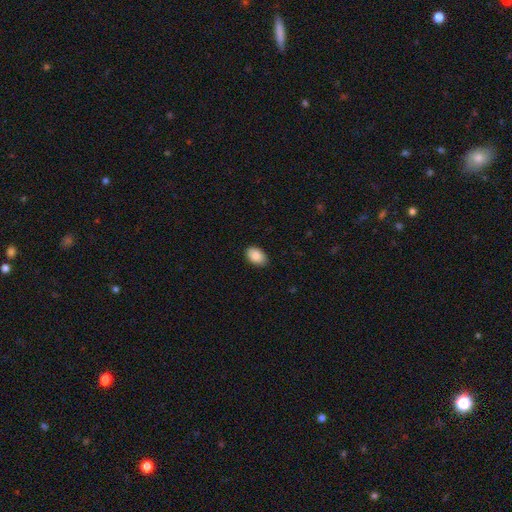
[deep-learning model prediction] Smooth or featured? Predicted: smooth (p=0.87). How rounded? Predicted: in between (p=0.90). Merging? Predicted: none (p=0.87).